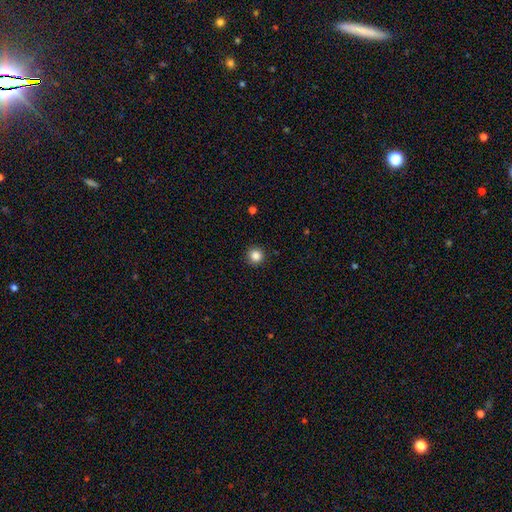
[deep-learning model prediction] Smooth or featured: smooth — 85% (star or artifact — 11%)
How rounded: round — 95% (in between — 4%)
Merging: none — 92% (minor disturbance — 5%)